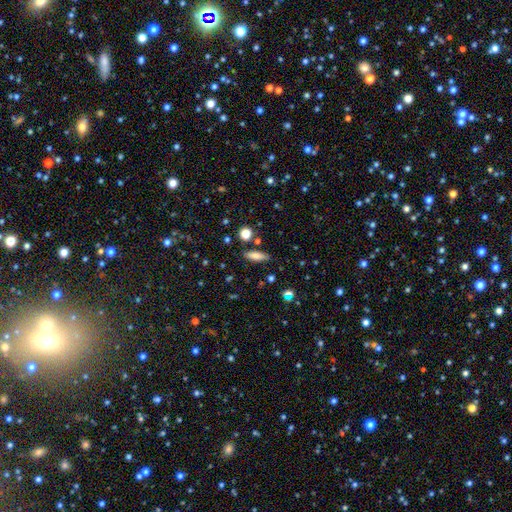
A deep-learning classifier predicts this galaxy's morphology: Q: Smooth or featured?
A: smooth (76%); runner-up: featured or disk (15%)
Q: How rounded?
A: in between (50%); runner-up: cigar-shaped (46%)
Q: Merging?
A: none (82%); runner-up: minor disturbance (11%)